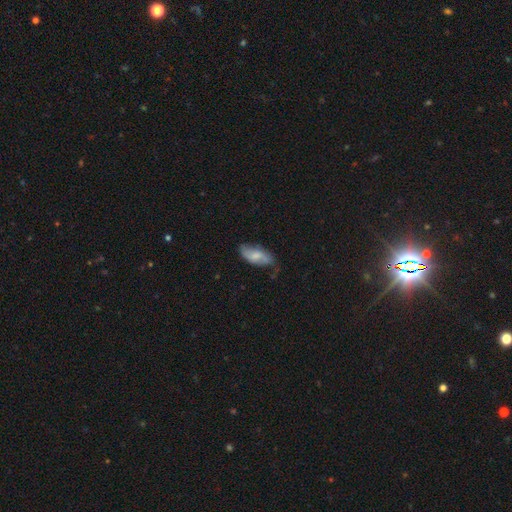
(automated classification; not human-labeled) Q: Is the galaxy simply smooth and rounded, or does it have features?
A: smooth — 56%.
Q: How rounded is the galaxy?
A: in between — 87%.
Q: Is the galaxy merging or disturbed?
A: none — 57%.